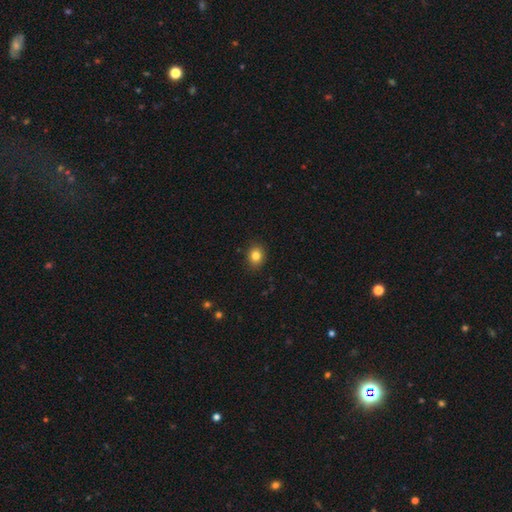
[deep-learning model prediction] A smooth galaxy with no disk features (83%) that is round (58%). Merging: none (89%).